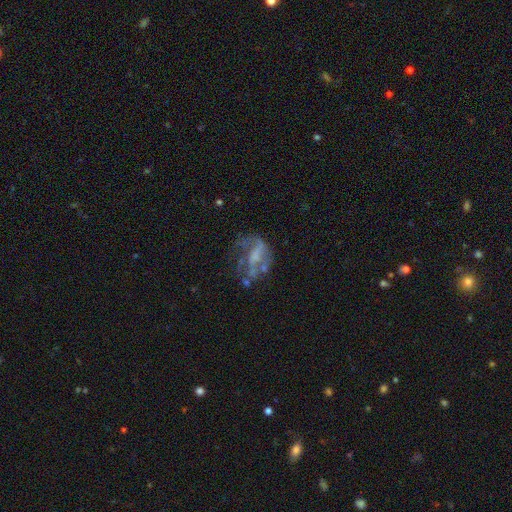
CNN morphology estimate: A featured or disk galaxy (63%) with no bar (58%), no spiral arms (62%) and no central bulge (53%). Merging: major disturbance (40%).